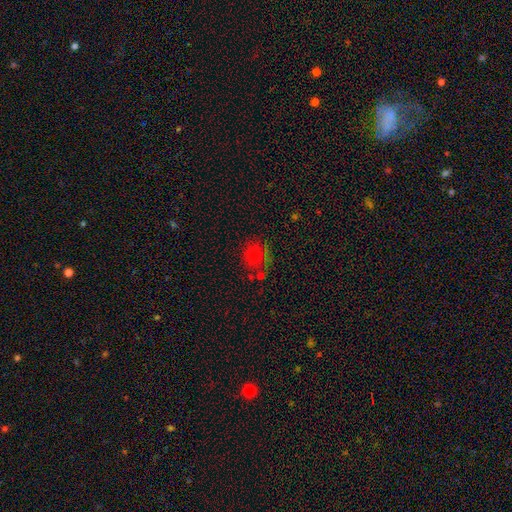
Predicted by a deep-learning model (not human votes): Smooth or featured? Predicted: smooth (p=0.66). How rounded? Predicted: round (p=0.72). Merging? Predicted: none (p=0.55).